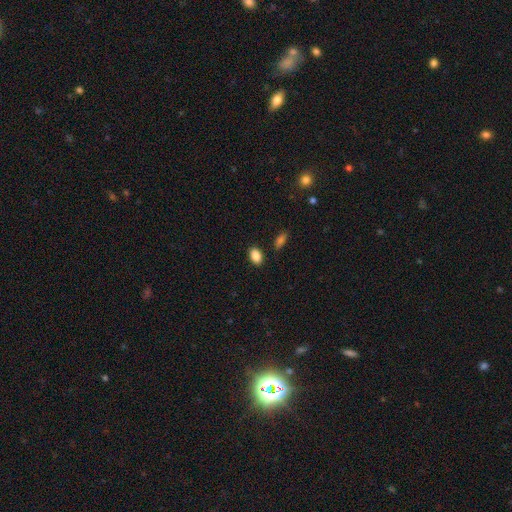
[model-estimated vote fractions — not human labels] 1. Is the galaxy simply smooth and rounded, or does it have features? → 88% smooth, 8% star or artifact, 4% featured or disk.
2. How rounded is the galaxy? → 88% in between, 11% round, 2% cigar-shaped.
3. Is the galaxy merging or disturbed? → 87% none, 9% minor disturbance, 2% merger, 2% major disturbance.